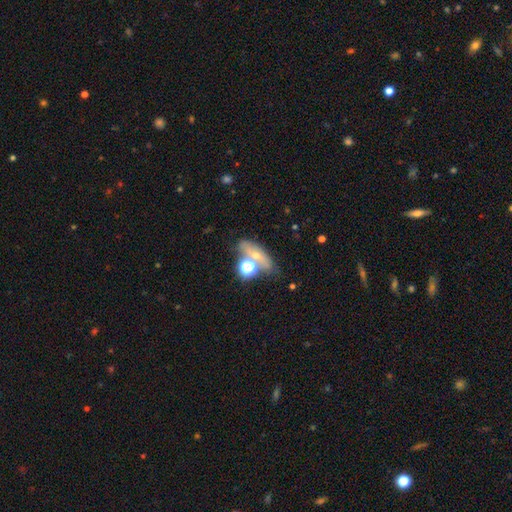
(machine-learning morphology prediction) Smooth or featured?
  - smooth: 44% *
  - featured or disk: 29%
  - star or artifact: 27%
Merging?
  - none: 52% *
  - merger: 23%
  - minor disturbance: 15%
  - major disturbance: 10%